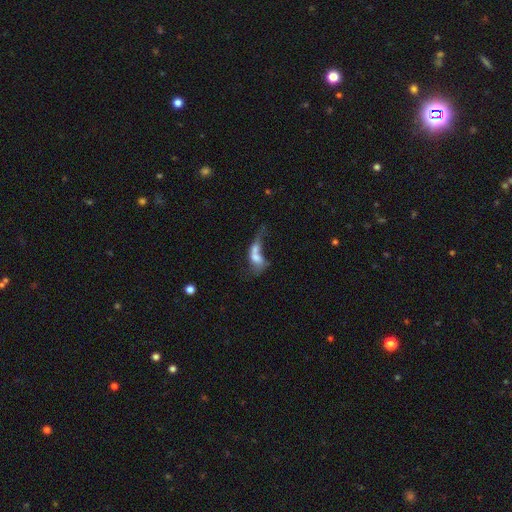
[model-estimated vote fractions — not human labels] smooth 46%, featured or disk 43%, star or artifact 11%. Down the decision tree: merging — merger (64%).